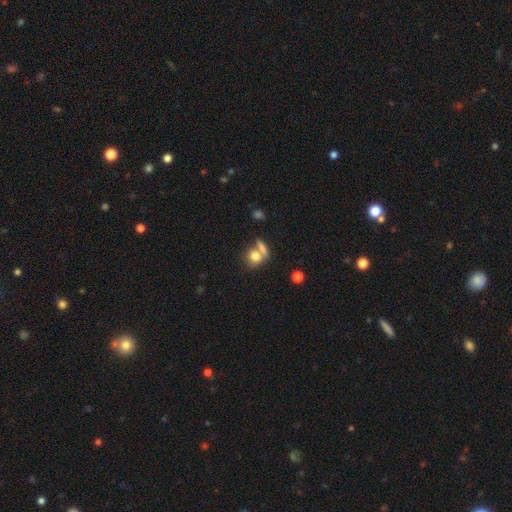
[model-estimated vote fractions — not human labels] A smooth galaxy with no disk features (77%) that is round (70%).

Vote fractions:
- Smooth or featured? smooth: 77% / featured or disk: 12% / star or artifact: 11%
- How rounded? round: 70% / in between: 26% / cigar-shaped: 4%
- Merging? none: 50% / merger: 35% / minor disturbance: 10% / major disturbance: 6%